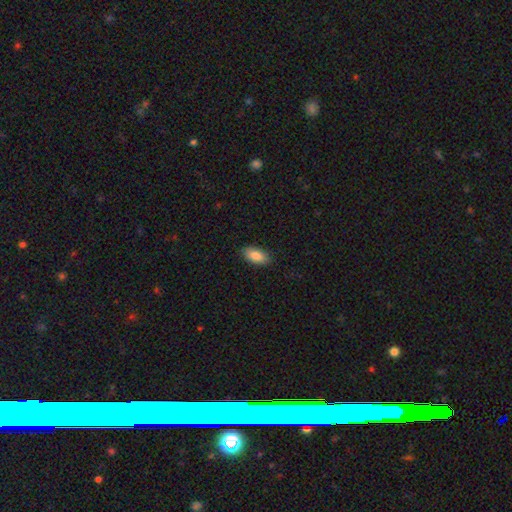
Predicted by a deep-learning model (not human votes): A smooth galaxy with no disk features (87%) that is in between round and cigar-shaped (91%). Merging: none (88%).